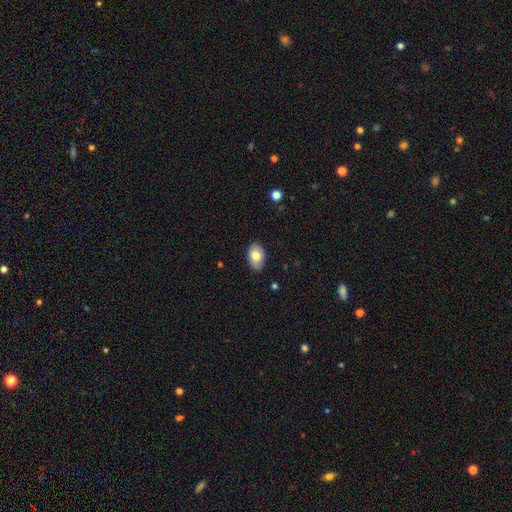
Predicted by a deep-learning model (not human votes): Smooth or featured? smooth (78%)
How rounded? in between (90%)
Merging? none (84%)